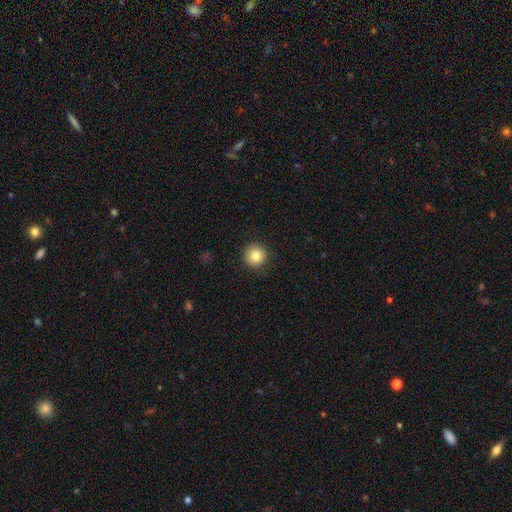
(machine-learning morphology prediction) Smooth or featured: smooth — 83% (star or artifact — 10%)
How rounded: round — 94% (in between — 5%)
Merging: none — 90% (minor disturbance — 7%)